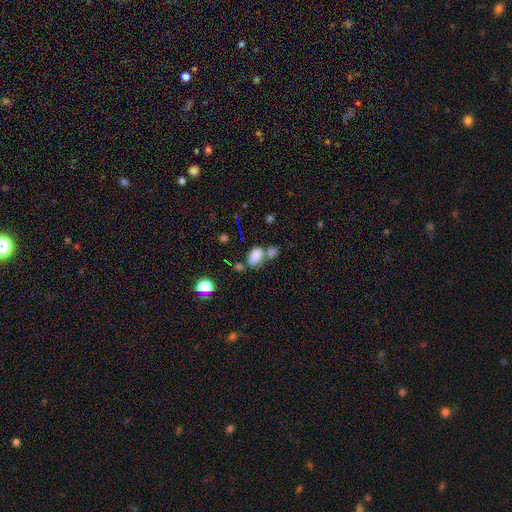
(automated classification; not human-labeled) Overall: smooth (79%). How rounded: in between (87%). Merging: none (40%; merger 39%).